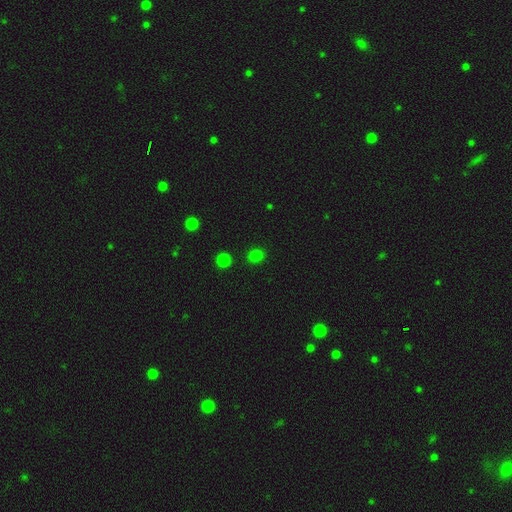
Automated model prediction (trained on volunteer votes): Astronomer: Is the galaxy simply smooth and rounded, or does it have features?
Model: smooth — 79%.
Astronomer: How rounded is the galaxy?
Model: round — 79%.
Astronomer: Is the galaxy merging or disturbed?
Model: none — 89%.